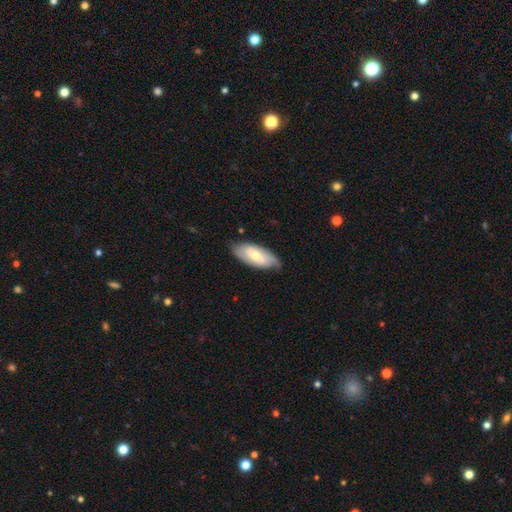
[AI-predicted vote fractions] This is possibly a smooth galaxy (55%). How rounded: clearly in between (86%). Merging: likely none (73%).